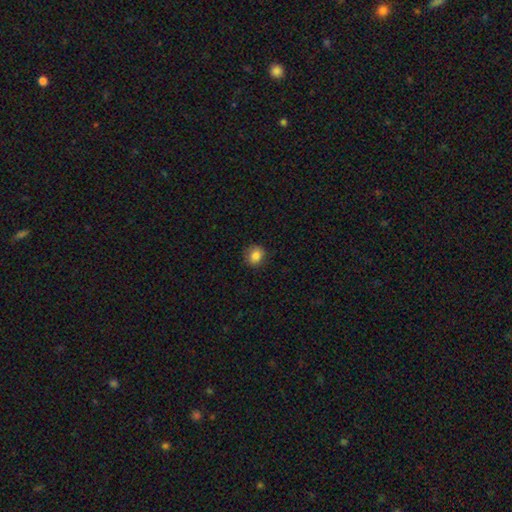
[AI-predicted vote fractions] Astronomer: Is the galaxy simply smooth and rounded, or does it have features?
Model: smooth — 84%.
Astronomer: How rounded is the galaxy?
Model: round — 81%.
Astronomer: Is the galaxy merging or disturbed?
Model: none — 85%.